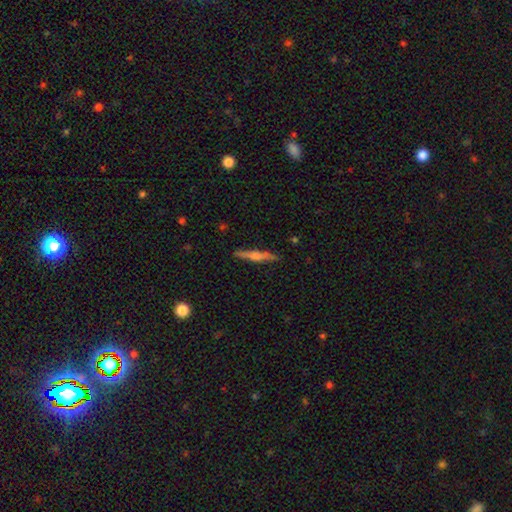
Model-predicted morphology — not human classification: The model was most divided on "smooth or featured": featured or disk: 63%, smooth: 30%, star or artifact: 7%. More confident: edge-on disk — yes (98%); merging — none (89%); edge-on bulge — rounded (76%).